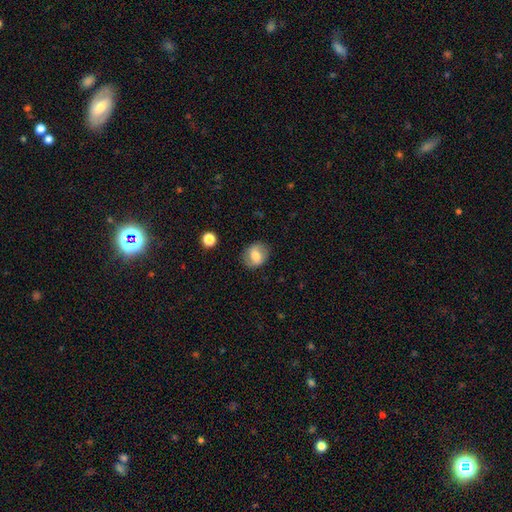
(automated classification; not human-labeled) Smooth or featured? smooth (64%)
How rounded? round (58%)
Merging? none (82%)